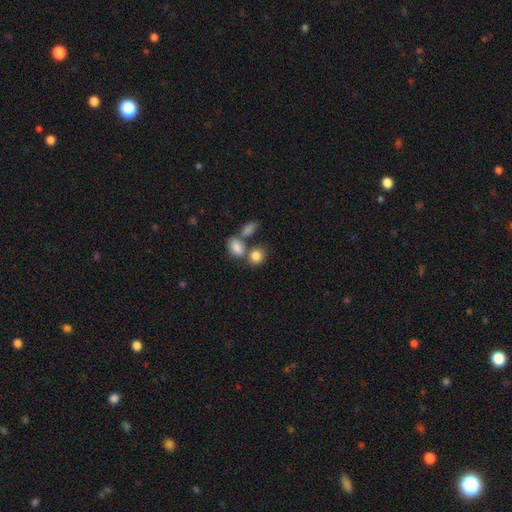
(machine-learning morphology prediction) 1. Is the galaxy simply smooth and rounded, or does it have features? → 82% smooth, 9% star or artifact, 9% featured or disk.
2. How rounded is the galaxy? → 51% in between, 48% round, 2% cigar-shaped.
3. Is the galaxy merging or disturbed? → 46% none, 37% merger, 11% minor disturbance, 5% major disturbance.